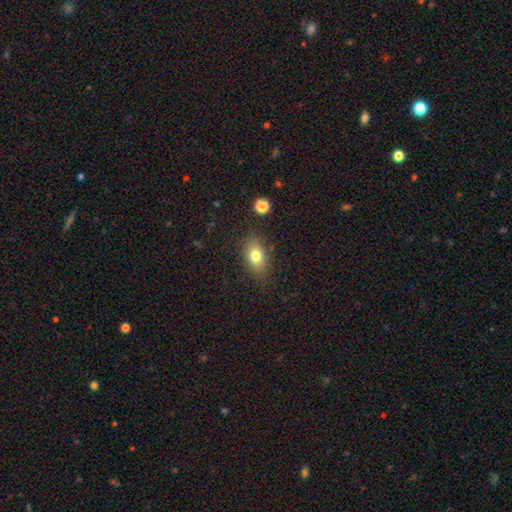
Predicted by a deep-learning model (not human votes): Smooth or featured?
  - smooth: 77% *
  - featured or disk: 13%
  - star or artifact: 11%
How rounded?
  - in between: 79% *
  - round: 18%
  - cigar-shaped: 3%
Merging?
  - none: 80% *
  - minor disturbance: 14%
  - major disturbance: 4%
  - merger: 2%